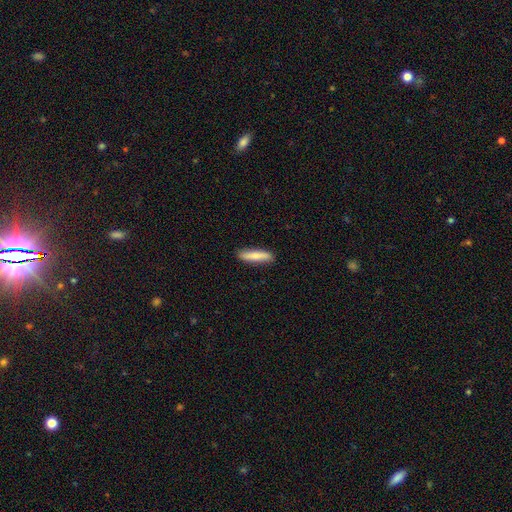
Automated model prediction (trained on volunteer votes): A smooth galaxy with no disk features (76%) that is cigar-shaped (82%). Merging: none (89%).